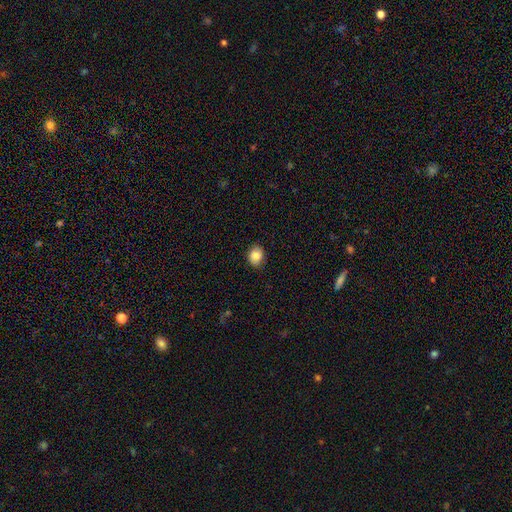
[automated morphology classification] Q: Smooth or featured?
A: smooth (85%); runner-up: star or artifact (9%)
Q: How rounded?
A: round (51%); runner-up: in between (48%)
Q: Merging?
A: none (84%); runner-up: minor disturbance (13%)